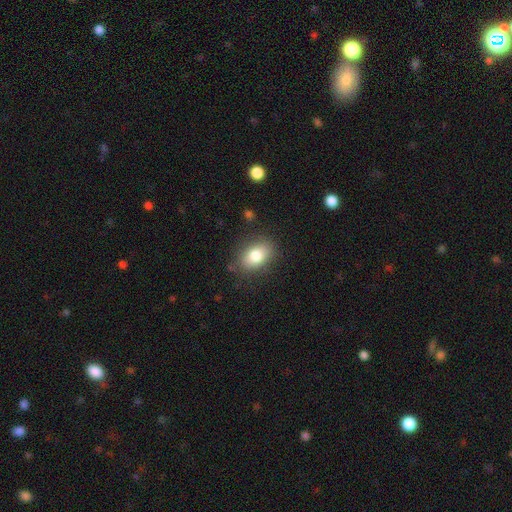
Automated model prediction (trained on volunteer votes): Morphology: type=smooth (80%); roundness=in between (80%); merging=none (81%).